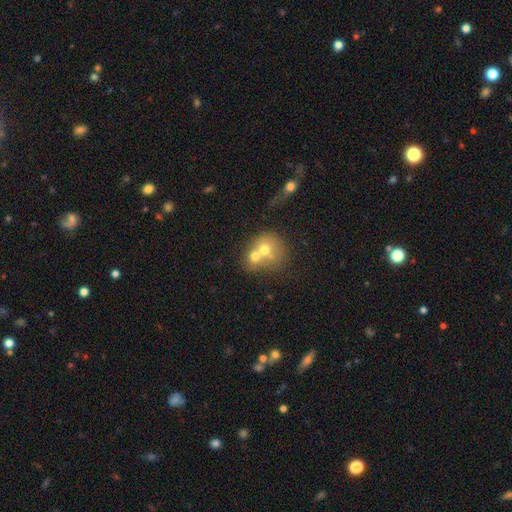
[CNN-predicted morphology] Smooth or featured?
  - smooth: 58% *
  - featured or disk: 25%
  - star or artifact: 17%
How rounded?
  - round: 74% *
  - in between: 24%
  - cigar-shaped: 1%
Merging?
  - merger: 59% *
  - none: 31%
  - minor disturbance: 7%
  - major disturbance: 3%